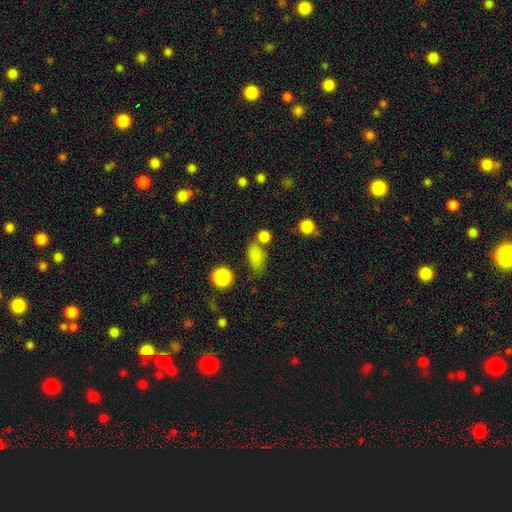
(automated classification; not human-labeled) Smooth or featured? Predicted: smooth (p=0.80). How rounded? Predicted: in between (p=0.80). Merging? Predicted: none (p=0.55).